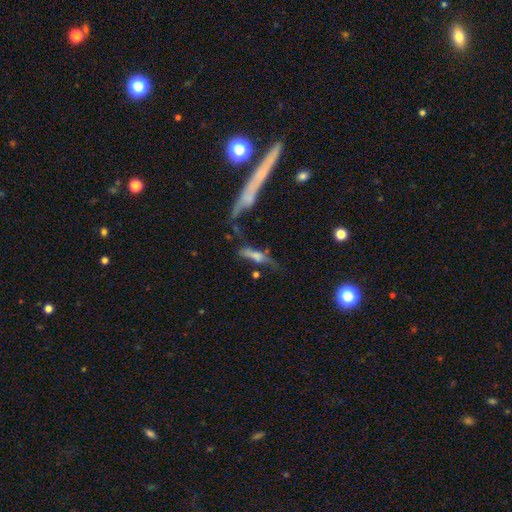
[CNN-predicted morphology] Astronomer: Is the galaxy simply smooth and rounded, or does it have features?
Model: smooth — 53% (runner-up: featured or disk, 36%).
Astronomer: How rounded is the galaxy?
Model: cigar-shaped — 66%.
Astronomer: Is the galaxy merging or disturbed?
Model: none — 30% (runner-up: merger, 26%).